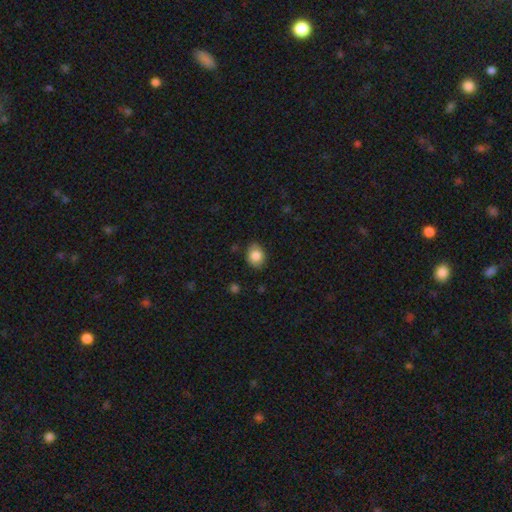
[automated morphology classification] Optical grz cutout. It shows a smooth galaxy with no disk features (84%) that is in between round and cigar-shaped (58%). Merging: none (83%).